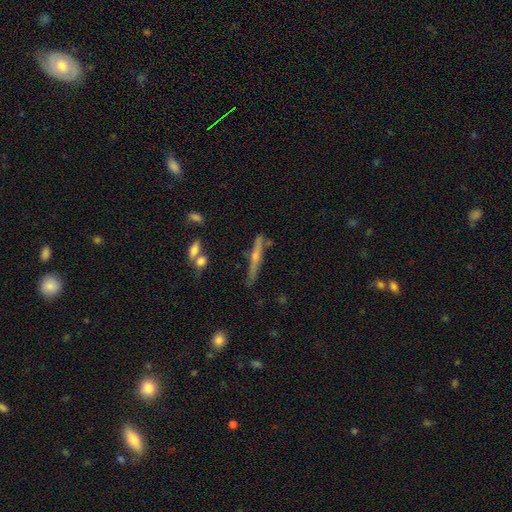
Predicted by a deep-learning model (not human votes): This appears to be a featured or disk galaxy (67%) viewed edge-on (96%) with a rounded central bulge (80%). Merging: none (78%).